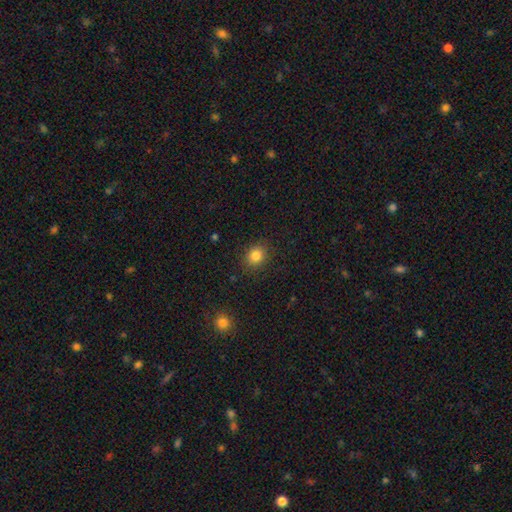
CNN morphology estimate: The model was most divided on "how rounded": round: 69%, in between: 30%, cigar-shaped: 1%. More confident: merging — none (88%); smooth or featured — smooth (83%).